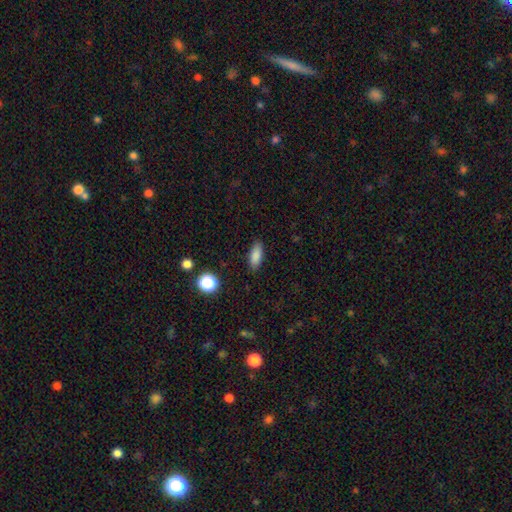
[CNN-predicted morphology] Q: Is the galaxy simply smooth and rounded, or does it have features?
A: smooth — 85%.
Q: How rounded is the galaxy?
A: in between — 77%.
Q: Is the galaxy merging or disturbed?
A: none — 87%.